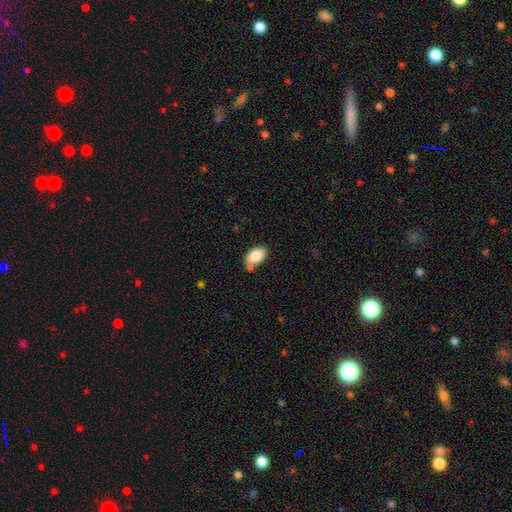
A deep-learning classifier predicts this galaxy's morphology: Overall: smooth (83%). How rounded: in between (92%). Merging: none (63%).